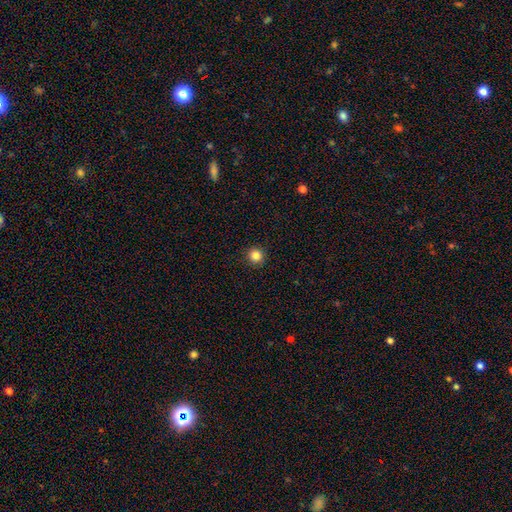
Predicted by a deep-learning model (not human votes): Smooth or featured?
  - smooth: 85% *
  - star or artifact: 11%
  - featured or disk: 4%
How rounded?
  - round: 95% *
  - in between: 4%
  - cigar-shaped: 1%
Merging?
  - none: 93% *
  - minor disturbance: 5%
  - major disturbance: 2%
  - merger: 1%